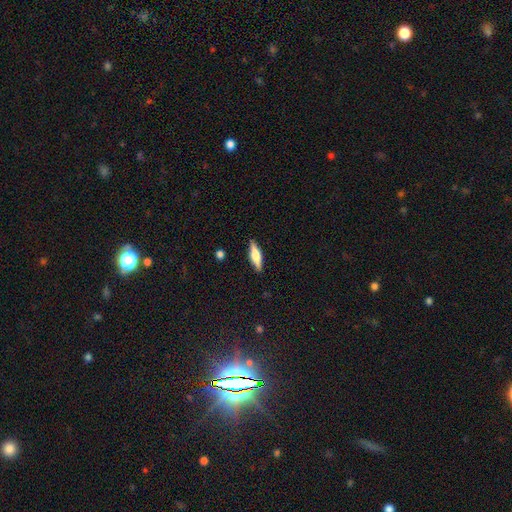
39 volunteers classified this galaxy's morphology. Smooth or featured? smooth (51%)
How rounded? cigar-shaped (65%)
Merging? none (87%)